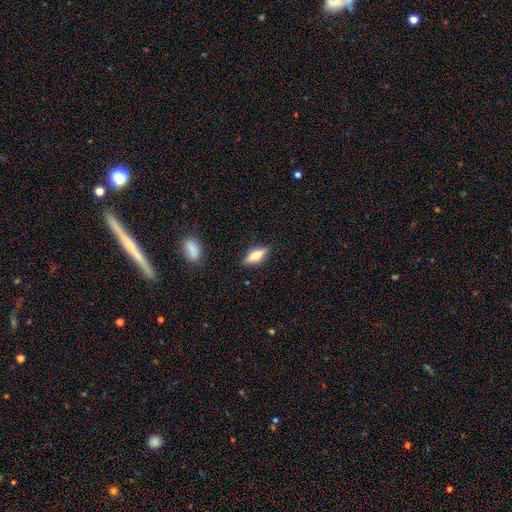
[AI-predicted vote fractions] A smooth galaxy with no disk features (49%).

Vote fractions:
- Smooth or featured? smooth: 49% / featured or disk: 43% / star or artifact: 8%
- Merging? none: 85% / minor disturbance: 11% / major disturbance: 3% / merger: 2%